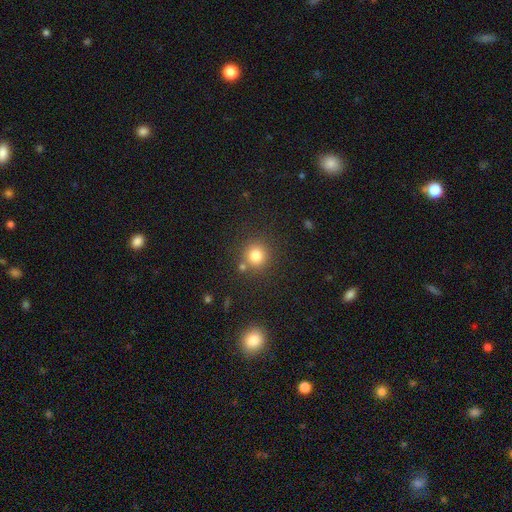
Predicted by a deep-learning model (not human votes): Overall: smooth (81%). How rounded: round (91%). Merging: none (79%).